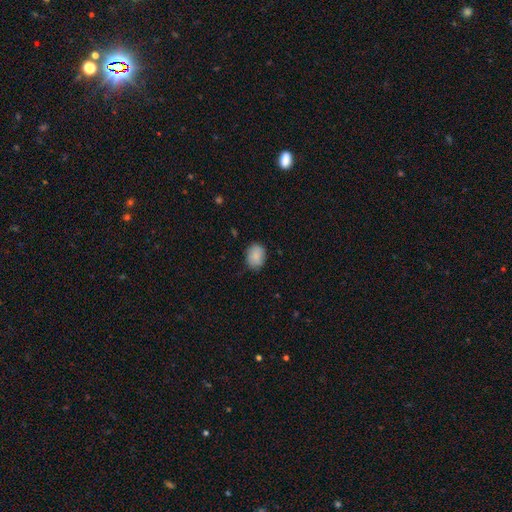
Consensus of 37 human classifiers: smooth_or_featured: smooth (p=0.97) [alt: star or artifact p=0.03]
how_rounded: in between (p=0.75) [alt: round p=0.25]
merging: none (p=0.89) [alt: minor disturbance p=0.08]